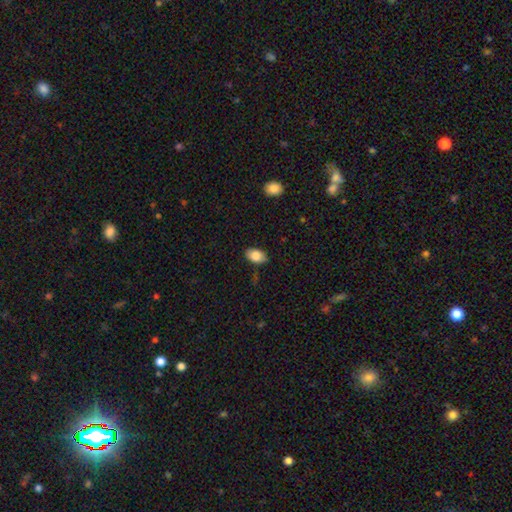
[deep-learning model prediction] smooth 86%, star or artifact 7%, featured or disk 7%. Down the decision tree: how rounded — in between (91%); merging — none (83%).